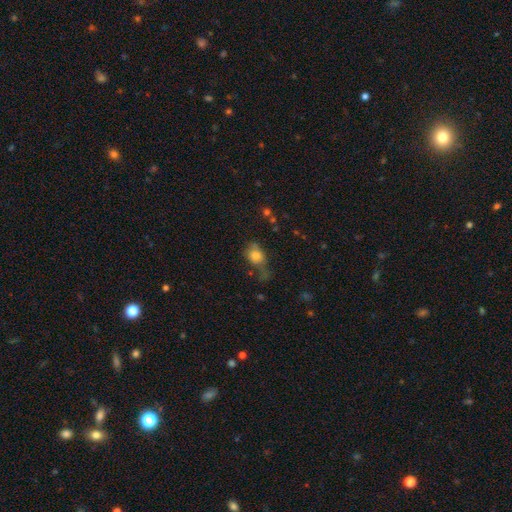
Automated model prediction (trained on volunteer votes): A smooth galaxy with no disk features (78%) that is in between round and cigar-shaped (61%). Merging: none (35%).